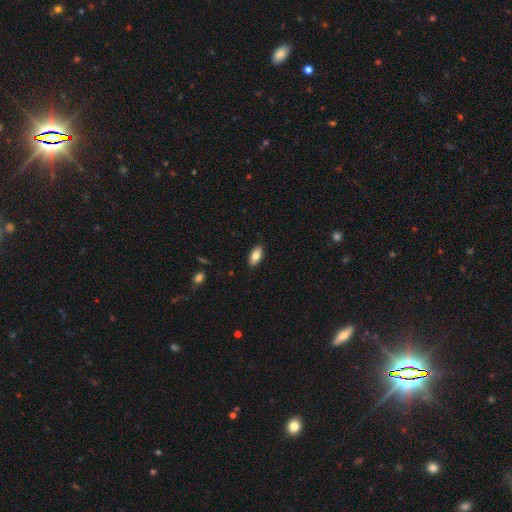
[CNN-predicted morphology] Overall: smooth (81%). How rounded: in between (91%). Merging: none (89%).